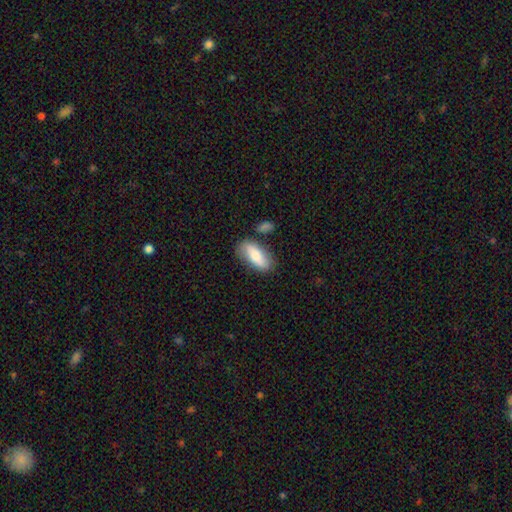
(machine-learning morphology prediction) type=smooth (74%); roundness=in between (82%); merging=none (71%).